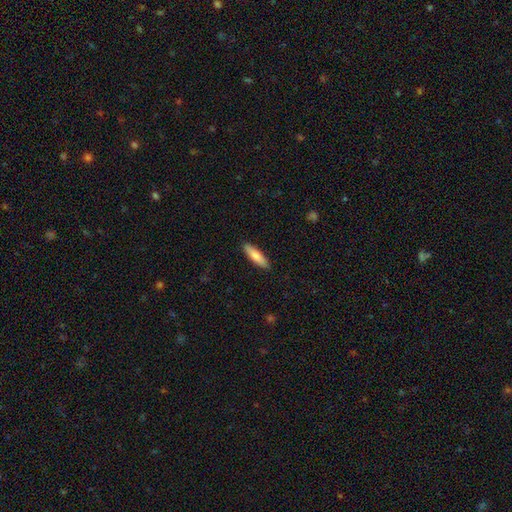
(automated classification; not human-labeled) smooth-or-featured: smooth: 80% | featured or disk: 15% | star or artifact: 5%
  how-rounded: cigar-shaped: 64% | in between: 34% | round: 2%
  merging: none: 90% | minor disturbance: 8% | major disturbance: 2% | merger: 1%